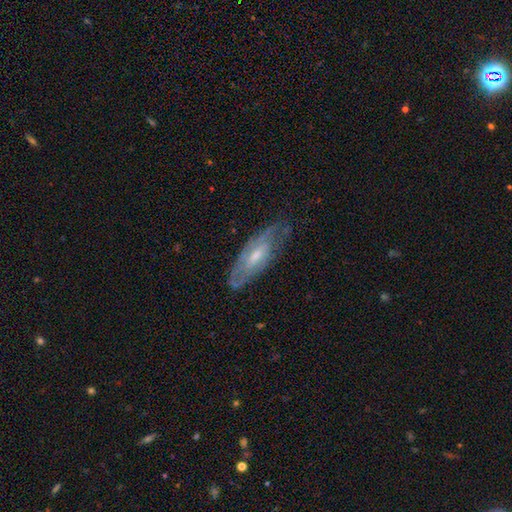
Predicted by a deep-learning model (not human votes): Smooth or featured? Predicted: featured or disk (p=0.67). Edge-on disk? Predicted: no (p=0.76). Bar? Predicted: no (p=0.49). Spiral arms? Predicted: yes (p=0.73). Bulge size? Predicted: moderate (p=0.51). Merging? Predicted: none (p=0.65).